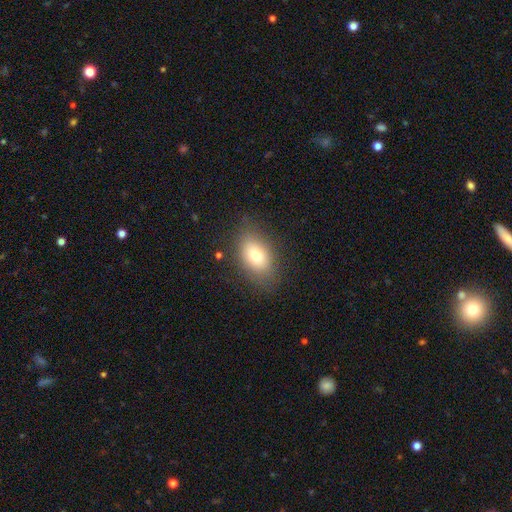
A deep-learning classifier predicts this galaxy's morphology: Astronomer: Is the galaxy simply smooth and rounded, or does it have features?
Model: smooth — 75%.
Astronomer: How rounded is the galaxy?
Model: in between — 82%.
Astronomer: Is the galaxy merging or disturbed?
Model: none — 78%.